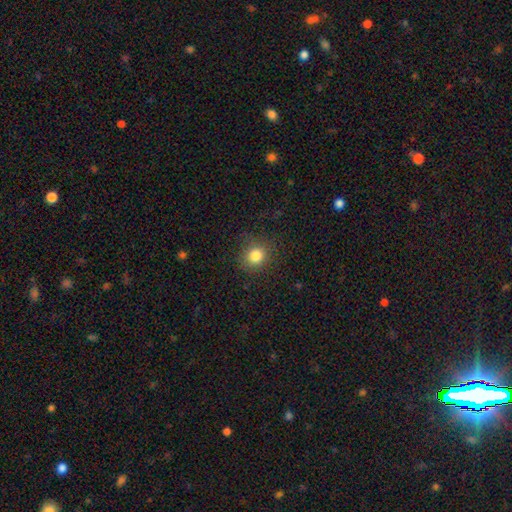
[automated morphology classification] This appears to be a smooth galaxy with no disk features (82%) that is round (78%). Merging: none (84%).